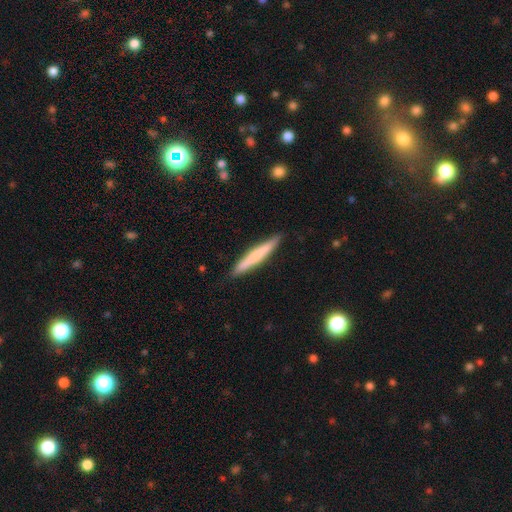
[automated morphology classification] The model was most divided on "smooth or featured": smooth: 66%, featured or disk: 29%, star or artifact: 6%. More confident: how rounded — cigar-shaped (95%); merging — none (89%).